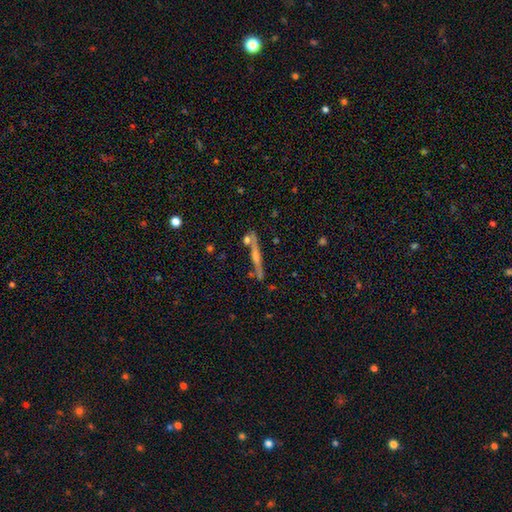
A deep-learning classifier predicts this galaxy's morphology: Smooth or featured: featured or disk — 74% (smooth — 18%)
Edge-on disk: yes — 97% (no — 3%)
Edge-on bulge: rounded — 79% (none — 14%)
Merging: none — 78% (minor disturbance — 11%)